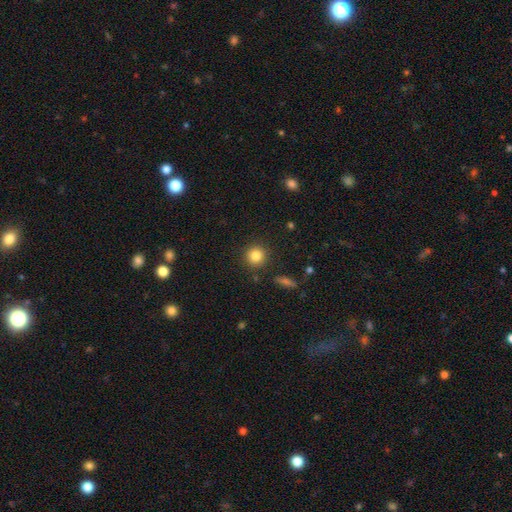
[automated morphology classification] This appears to be a smooth galaxy with no disk features (84%) that is round (92%). Merging: none (89%).